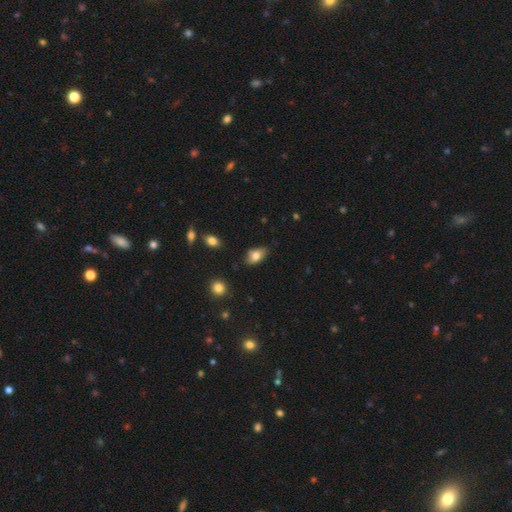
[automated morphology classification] A smooth galaxy with no disk features (76%) that is in between round and cigar-shaped (90%).

Vote fractions:
- Smooth or featured? smooth: 76% / featured or disk: 15% / star or artifact: 8%
- How rounded? in between: 90% / round: 7% / cigar-shaped: 4%
- Merging? none: 74% / minor disturbance: 20% / major disturbance: 3% / merger: 3%